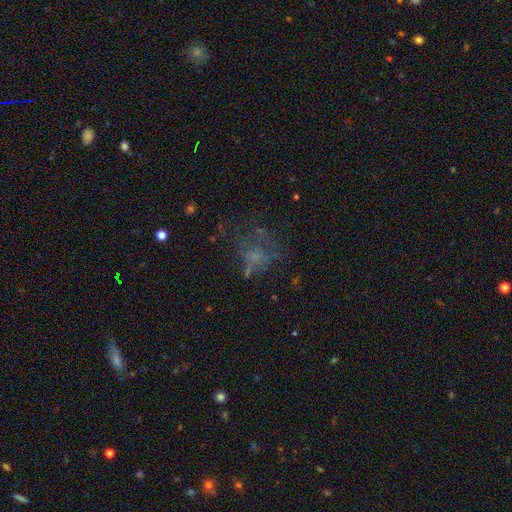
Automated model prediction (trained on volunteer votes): Overall: smooth (42%; featured or disk 33%). Merging: none (42%; major disturbance 32%).